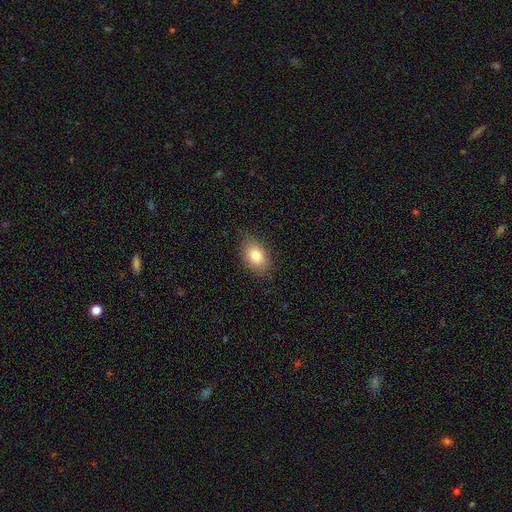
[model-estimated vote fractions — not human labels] Smooth or featured?
  - smooth: 81% *
  - featured or disk: 10%
  - star or artifact: 9%
How rounded?
  - in between: 81% *
  - round: 17%
  - cigar-shaped: 2%
Merging?
  - none: 83% *
  - minor disturbance: 13%
  - major disturbance: 3%
  - merger: 1%